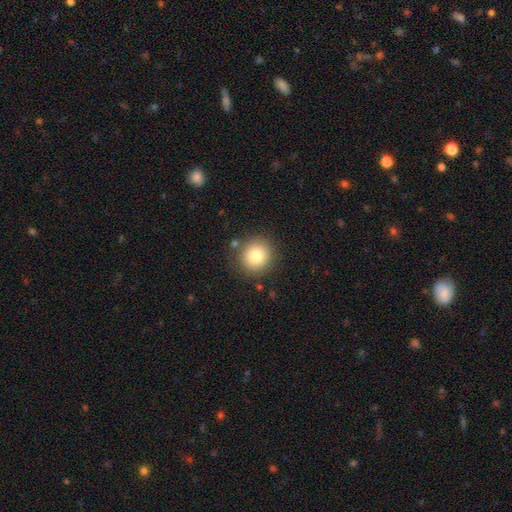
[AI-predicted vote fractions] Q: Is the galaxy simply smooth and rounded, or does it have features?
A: smooth — 80%.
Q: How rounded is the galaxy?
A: round — 91%.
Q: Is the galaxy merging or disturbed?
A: none — 86%.